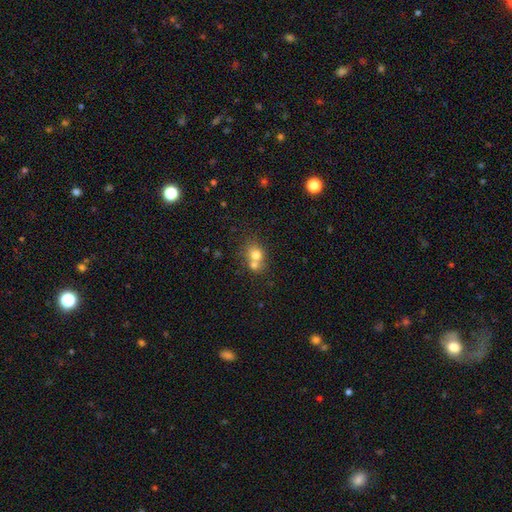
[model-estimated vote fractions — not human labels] Morphology: type=smooth (73%); roundness=round (70%); merging=merger (54%).